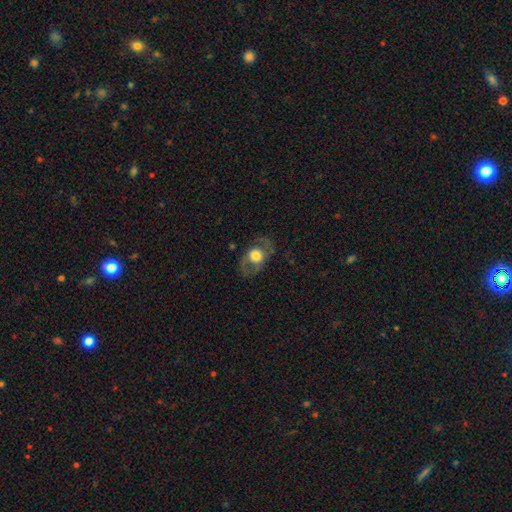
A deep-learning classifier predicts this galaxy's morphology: This appears to be a featured or disk galaxy (52%). Merging: none (71%).